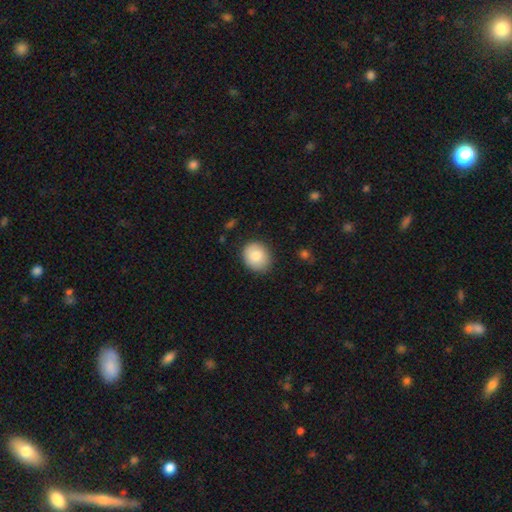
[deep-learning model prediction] Morphology: type=smooth (83%); roundness=round (68%); merging=none (84%).